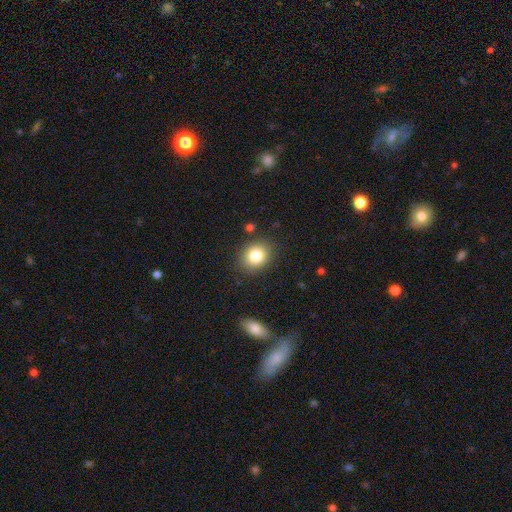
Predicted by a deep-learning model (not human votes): A smooth galaxy with no disk features (82%) that is round (60%).

Vote fractions:
- Smooth or featured? smooth: 82% / star or artifact: 10% / featured or disk: 8%
- How rounded? round: 60% / in between: 39% / cigar-shaped: 1%
- Merging? none: 85% / minor disturbance: 9% / major disturbance: 3% / merger: 2%